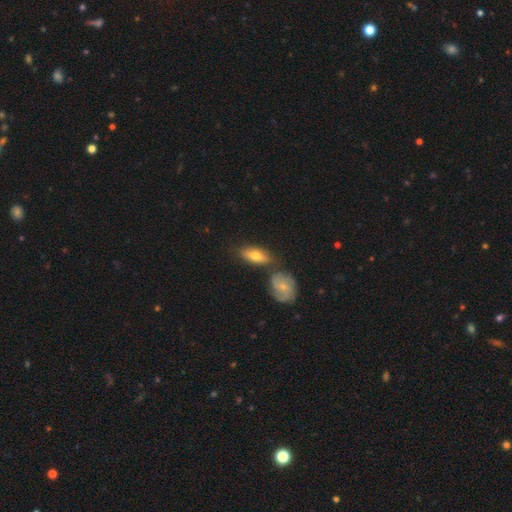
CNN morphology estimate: smooth 63%, featured or disk 31%, star or artifact 7%. Down the decision tree: how rounded — in between (79%); merging — none (63%).